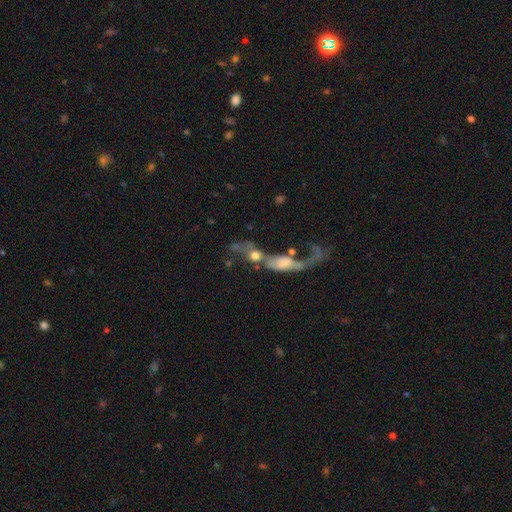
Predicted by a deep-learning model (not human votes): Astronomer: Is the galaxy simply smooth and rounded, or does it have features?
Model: featured or disk — 46% (runner-up: smooth, 39%).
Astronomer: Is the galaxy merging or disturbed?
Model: merger — 58%.